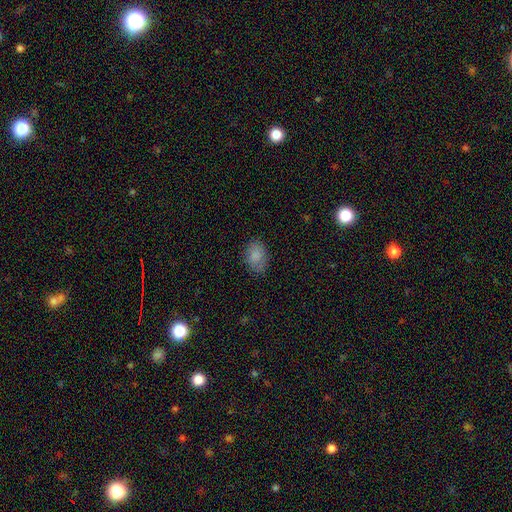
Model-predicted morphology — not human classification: Smooth or featured?
  - smooth: 85% *
  - star or artifact: 8%
  - featured or disk: 7%
How rounded?
  - in between: 80% *
  - round: 19%
  - cigar-shaped: 1%
Merging?
  - none: 78% *
  - minor disturbance: 17%
  - major disturbance: 4%
  - merger: 1%